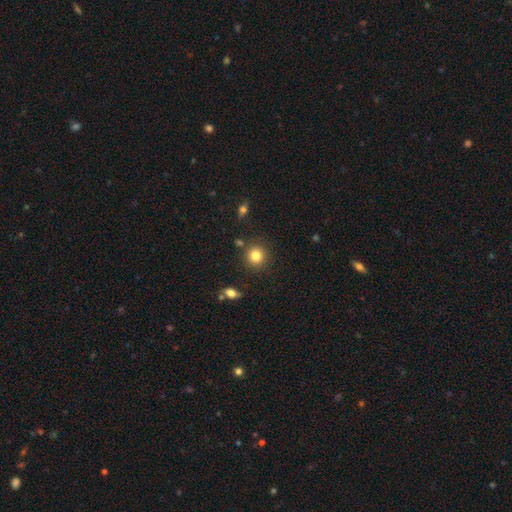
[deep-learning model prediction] Smooth or featured: smooth — 83% (star or artifact — 11%)
How rounded: round — 91% (in between — 8%)
Merging: none — 85% (minor disturbance — 8%)